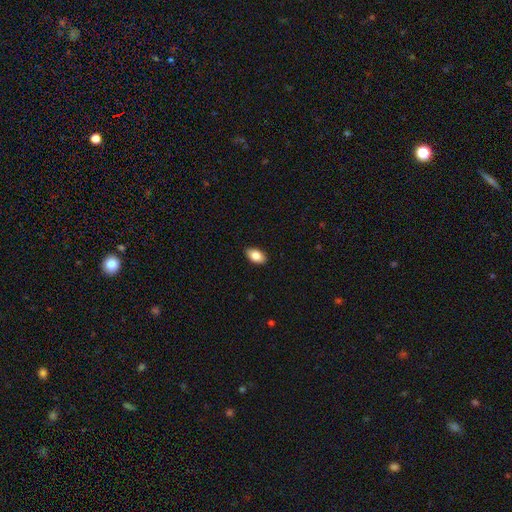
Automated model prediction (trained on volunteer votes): Morphology: type=smooth (86%); roundness=in between (92%); merging=none (89%).